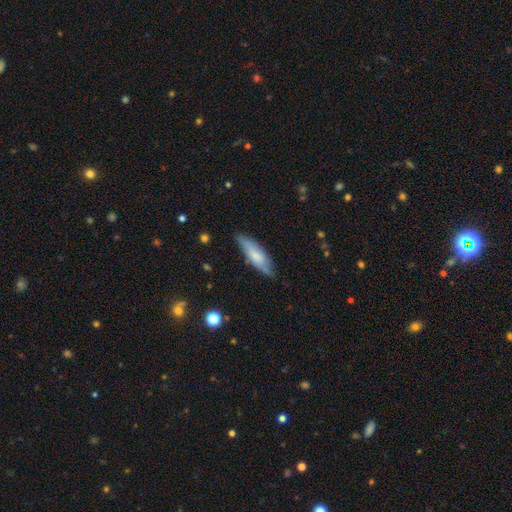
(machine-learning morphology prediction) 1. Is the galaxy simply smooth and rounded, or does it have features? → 59% smooth, 34% featured or disk, 6% star or artifact.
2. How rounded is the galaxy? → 58% cigar-shaped, 40% in between, 2% round.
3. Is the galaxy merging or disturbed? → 73% none, 22% minor disturbance, 4% major disturbance, 2% merger.